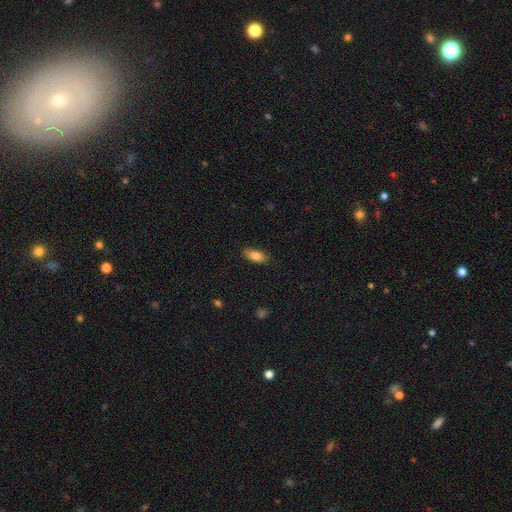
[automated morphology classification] smooth 79%, featured or disk 14%, star or artifact 7%. Down the decision tree: how rounded — in between (80%); merging — none (86%).